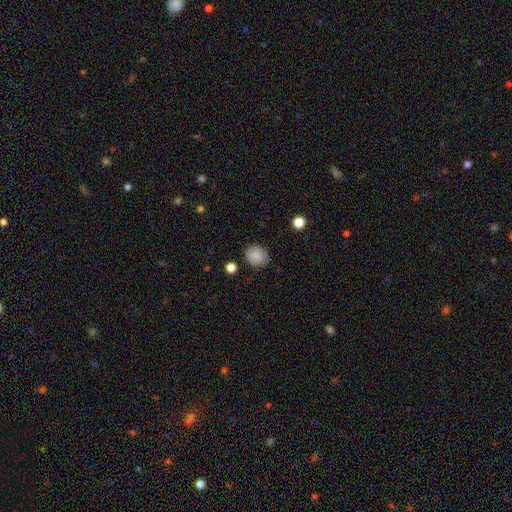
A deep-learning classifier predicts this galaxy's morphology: Smooth or featured? Predicted: smooth (p=0.85). How rounded? Predicted: round (p=0.79). Merging? Predicted: none (p=0.87).